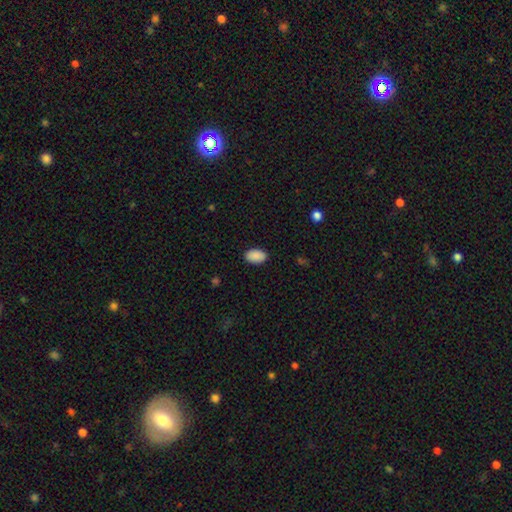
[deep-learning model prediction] The model was most divided on "merging": none: 89%, minor disturbance: 8%, major disturbance: 2%, merger: 1%. More confident: how rounded — in between (93%); smooth or featured — smooth (91%).